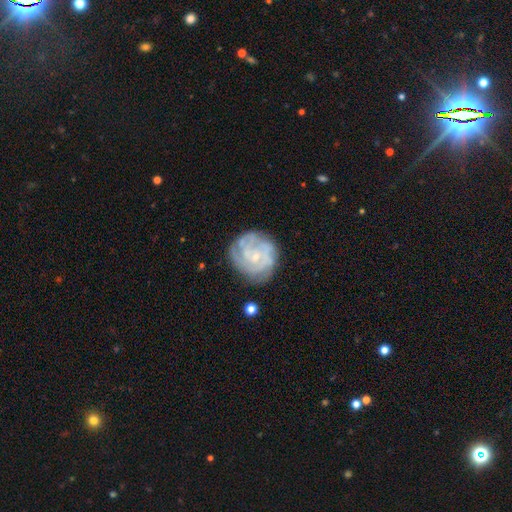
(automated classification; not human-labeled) smooth_or_featured: featured or disk (p=0.78) [alt: smooth p=0.16]
disk_edge_on: no (p=0.98) [alt: yes p=0.02]
bar: no (p=0.72) [alt: weak p=0.23]
has_spiral_arms: yes (p=0.87) [alt: no p=0.13]
spiral_winding: tight (p=0.67) [alt: medium p=0.26]
spiral_arm_count: can't tell (p=0.40) [alt: 3 p=0.21]
bulge_size: small (p=0.76) [alt: moderate p=0.16]
merging: none (p=0.71) [alt: minor disturbance p=0.19]